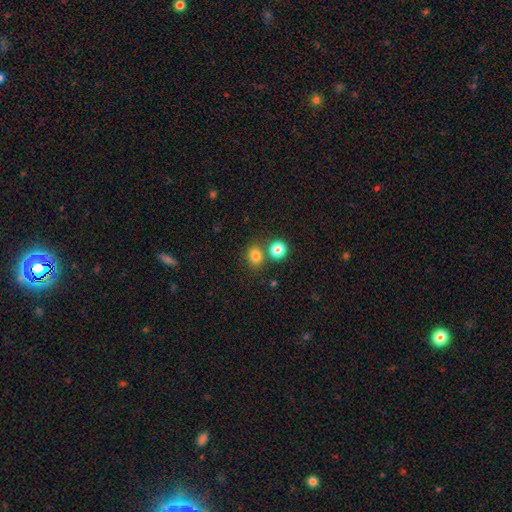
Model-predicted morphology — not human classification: This appears to be a smooth galaxy with no disk features (79%) that is round (66%). Merging: none (66%).